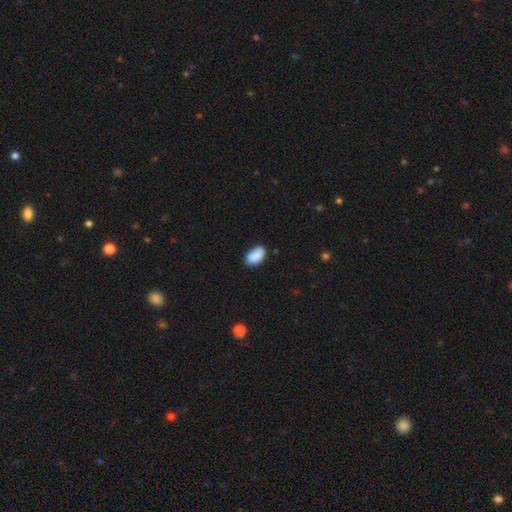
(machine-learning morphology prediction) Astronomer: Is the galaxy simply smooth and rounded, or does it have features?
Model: smooth — 88%.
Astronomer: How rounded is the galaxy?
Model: in between — 93%.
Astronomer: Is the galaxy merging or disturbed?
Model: none — 77%.